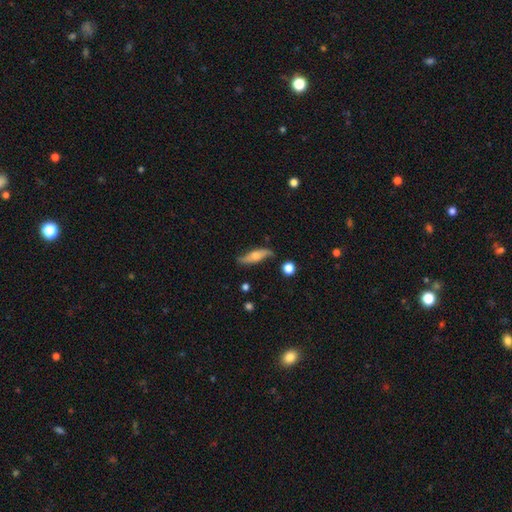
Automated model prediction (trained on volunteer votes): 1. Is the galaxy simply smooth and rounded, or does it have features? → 52% featured or disk, 41% smooth, 7% star or artifact.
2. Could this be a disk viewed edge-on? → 51% no, 49% yes.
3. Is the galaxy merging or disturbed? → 72% none, 20% minor disturbance, 5% major disturbance, 3% merger.